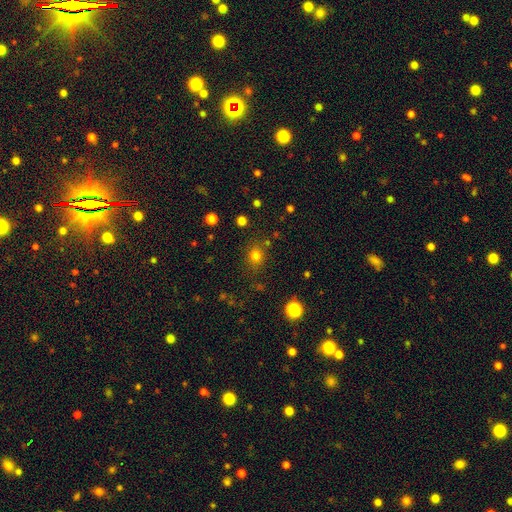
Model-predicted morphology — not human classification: A smooth galaxy with no disk features (76%) that is round (72%).

Vote fractions:
- Smooth or featured? smooth: 76% / star or artifact: 18% / featured or disk: 7%
- How rounded? round: 72% / in between: 27% / cigar-shaped: 1%
- Merging? none: 79% / minor disturbance: 12% / major disturbance: 4% / merger: 4%